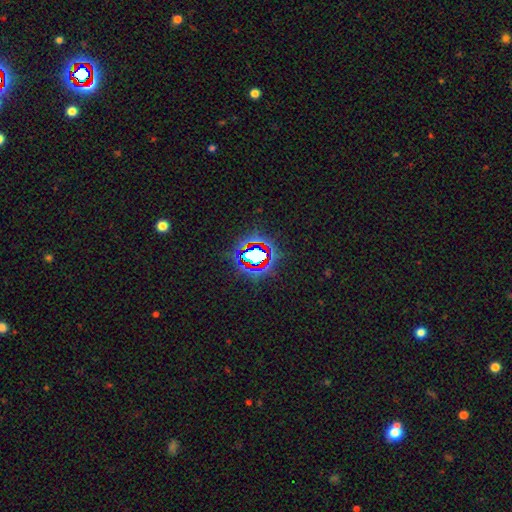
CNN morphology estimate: The model was most divided on "smooth or featured": star or artifact: 69%, smooth: 17%, featured or disk: 14%.